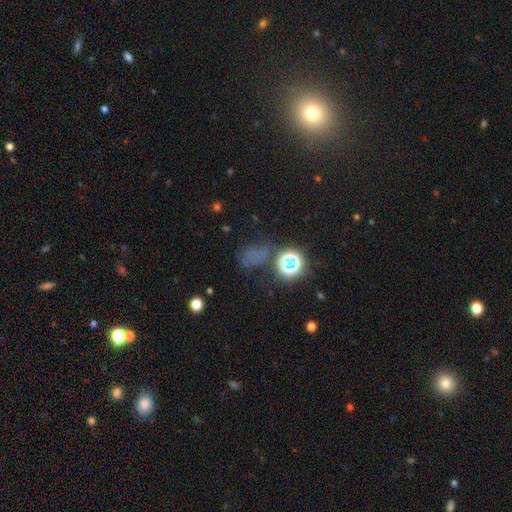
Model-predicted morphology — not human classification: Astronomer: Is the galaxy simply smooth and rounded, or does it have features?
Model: star or artifact — 45% (runner-up: smooth, 43%).